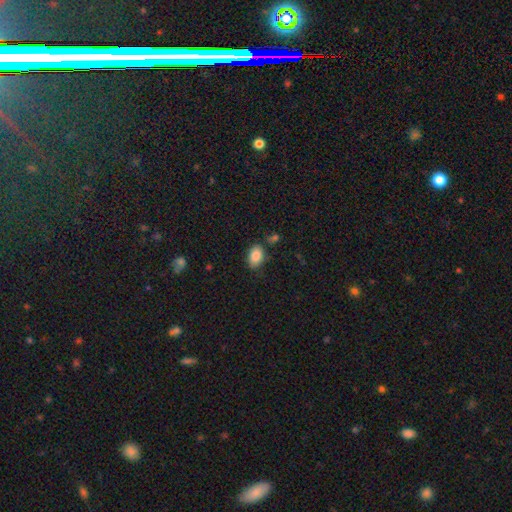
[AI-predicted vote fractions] This appears to be a smooth galaxy with no disk features (87%) that is in between round and cigar-shaped (87%). Merging: none (77%).